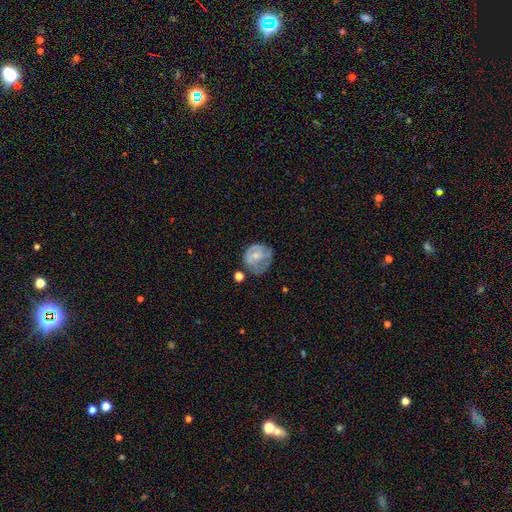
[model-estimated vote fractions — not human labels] The model was most divided on "smooth or featured": smooth: 49%, featured or disk: 43%, star or artifact: 8%. Remaining: merging — none (38%).